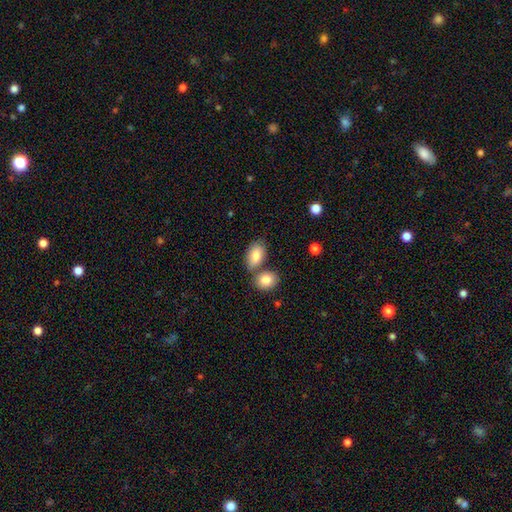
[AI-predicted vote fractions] The model was most divided on "merging": none: 52%, merger: 33%, minor disturbance: 12%, major disturbance: 3%. More confident: how rounded — in between (90%); smooth or featured — smooth (84%).